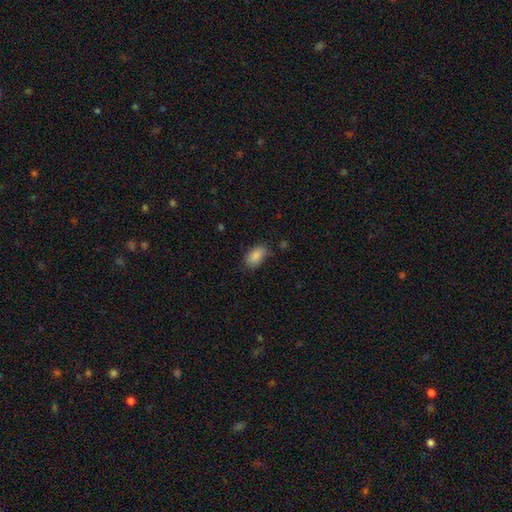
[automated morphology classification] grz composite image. It shows a smooth galaxy with no disk features (87%) that is in between round and cigar-shaped (91%). Merging: none (71%).